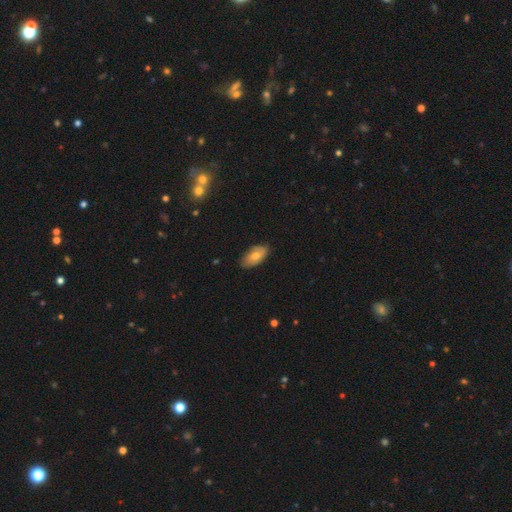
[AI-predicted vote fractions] The model was most divided on "smooth or featured": smooth: 66%, featured or disk: 27%, star or artifact: 7%. More confident: how rounded — in between (93%); merging — none (79%).